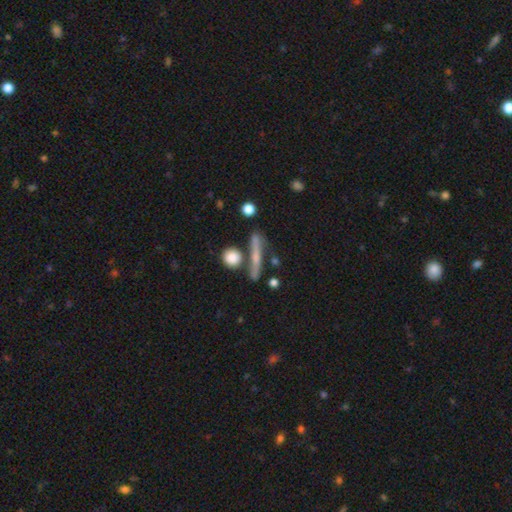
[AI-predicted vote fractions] smooth-or-featured: smooth: 46% | featured or disk: 42% | star or artifact: 12%
  merging: none: 72% | merger: 12% | minor disturbance: 11% | major disturbance: 5%